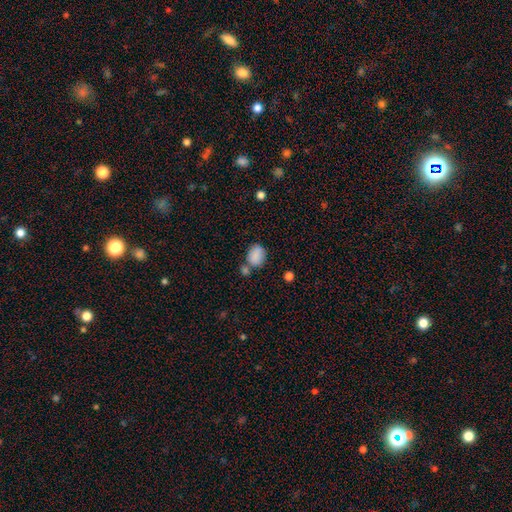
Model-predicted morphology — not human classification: This appears to be a smooth galaxy with no disk features (86%) that is in between round and cigar-shaped (55%). Merging: none (55%).